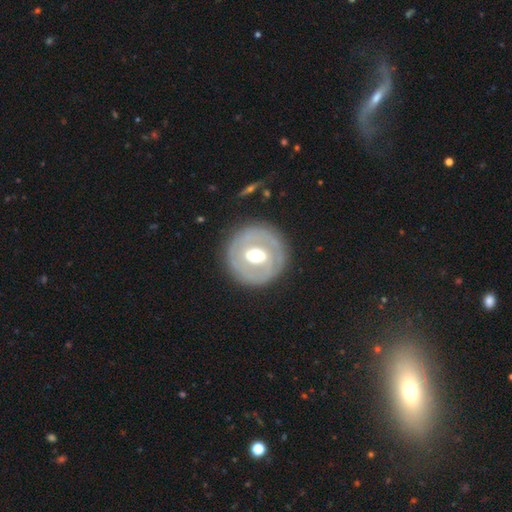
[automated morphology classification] This is likely a featured or disk galaxy (64%). It is clearly not viewed edge-on (95%). Bar: marginally weak (41%). Spiral arm pattern: likely no (66%). Central bulge: likely moderate (70%). Merging: clearly none (83%).